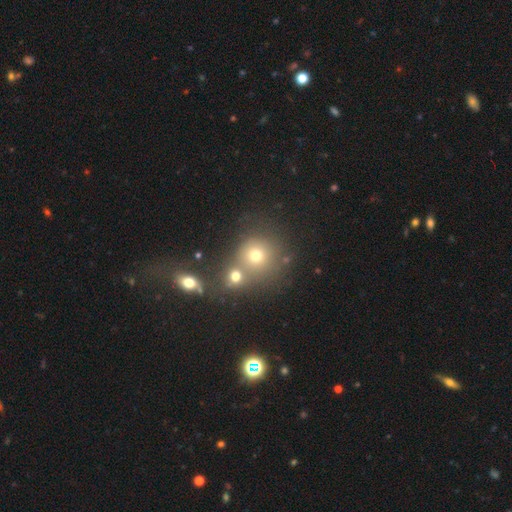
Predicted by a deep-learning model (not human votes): smooth-or-featured: smooth: 67% | star or artifact: 20% | featured or disk: 13%
  how-rounded: round: 85% | in between: 14% | cigar-shaped: 1%
  merging: none: 51% | merger: 35% | minor disturbance: 9% | major disturbance: 5%